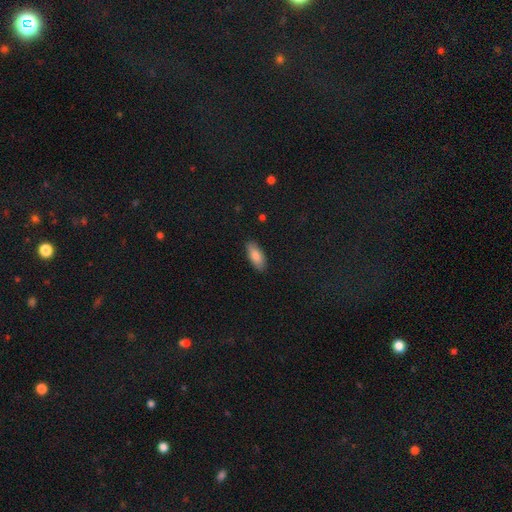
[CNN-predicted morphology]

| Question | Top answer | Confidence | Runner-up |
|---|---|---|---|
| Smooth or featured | smooth | 85% | featured or disk (8%) |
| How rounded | in between | 84% | cigar-shaped (14%) |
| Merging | none | 87% | minor disturbance (10%) |